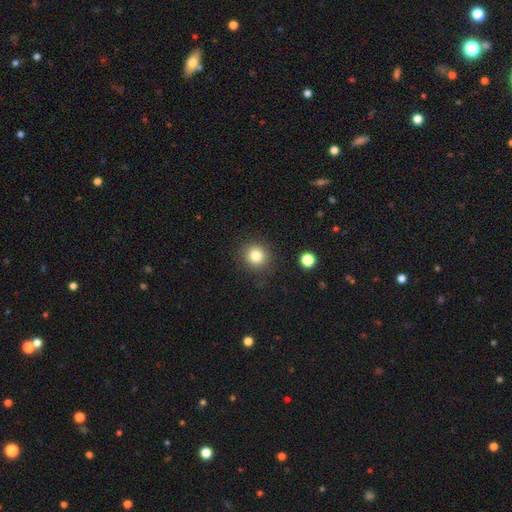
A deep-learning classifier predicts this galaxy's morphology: type=smooth (80%); roundness=round (91%); merging=none (88%).